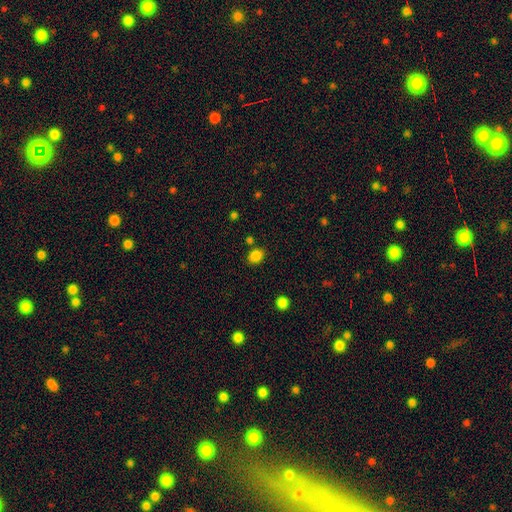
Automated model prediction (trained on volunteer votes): smooth-or-featured: smooth: 84% | star or artifact: 12% | featured or disk: 4%
  how-rounded: round: 52% | in between: 47% | cigar-shaped: 1%
  merging: none: 80% | minor disturbance: 11% | merger: 5% | major disturbance: 3%